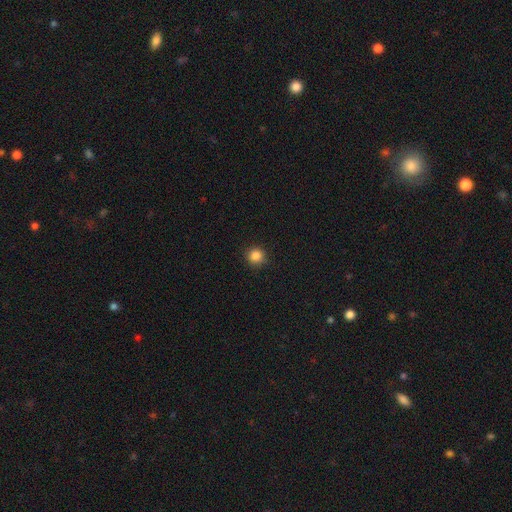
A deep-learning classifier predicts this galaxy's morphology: Smooth or featured? smooth (85%)
How rounded? round (94%)
Merging? none (90%)